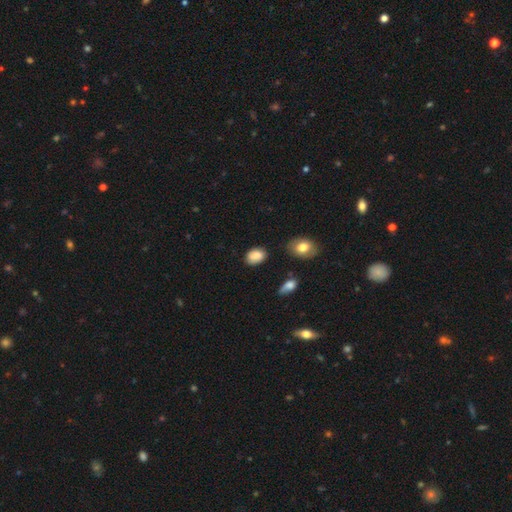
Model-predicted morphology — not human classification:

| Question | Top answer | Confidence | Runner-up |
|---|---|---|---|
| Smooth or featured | smooth | 85% | star or artifact (8%) |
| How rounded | in between | 74% | round (25%) |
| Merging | none | 78% | minor disturbance (16%) |